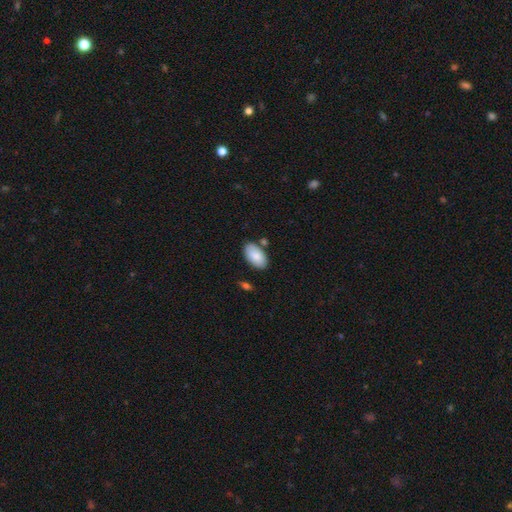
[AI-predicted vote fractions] Q: Smooth or featured?
A: smooth (87%); runner-up: featured or disk (7%)
Q: How rounded?
A: in between (96%); runner-up: round (3%)
Q: Merging?
A: none (78%); runner-up: minor disturbance (13%)